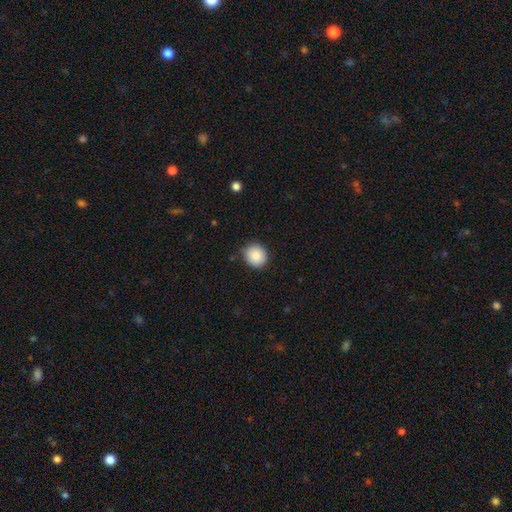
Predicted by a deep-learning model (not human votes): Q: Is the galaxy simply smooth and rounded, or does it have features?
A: smooth — 88%.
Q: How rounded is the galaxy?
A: round — 88%.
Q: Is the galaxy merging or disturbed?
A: none — 86%.